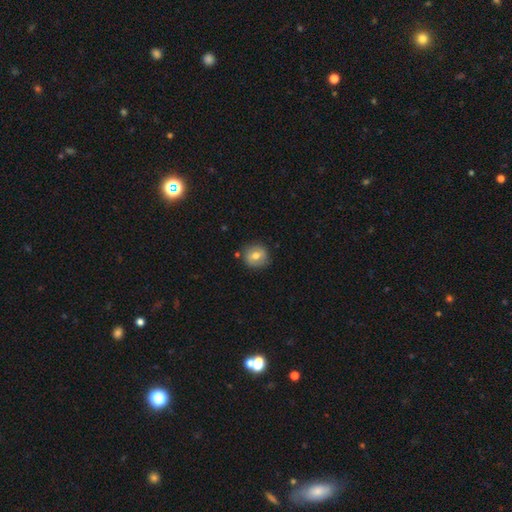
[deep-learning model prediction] Morphology: type=smooth (66%); roundness=round (89%); merging=none (84%).